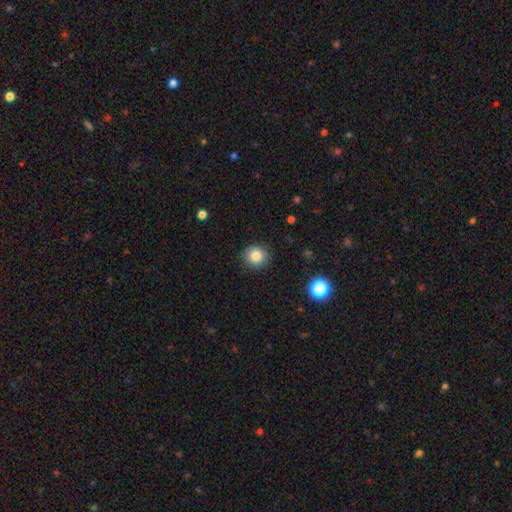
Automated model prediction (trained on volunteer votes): A smooth galaxy with no disk features (84%) that is round (88%). Merging: none (88%).